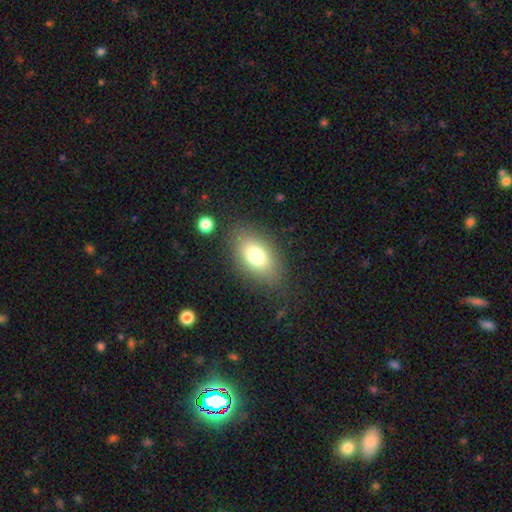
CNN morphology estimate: This appears to be a smooth galaxy with no disk features (75%) that is in between round and cigar-shaped (86%). Merging: none (78%).